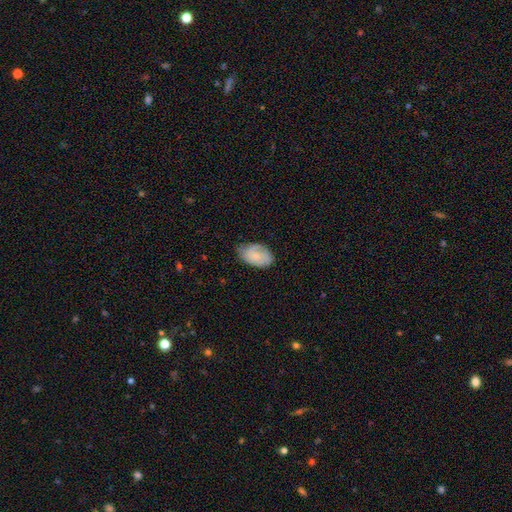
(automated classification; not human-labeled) A smooth galaxy with no disk features (64%) that is in between round and cigar-shaped (89%). Merging: none (59%).